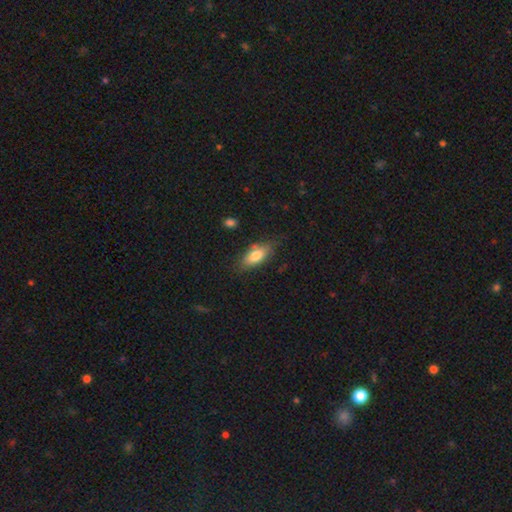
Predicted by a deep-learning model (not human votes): Smooth or featured? Predicted: smooth (p=0.76). How rounded? Predicted: in between (p=0.81). Merging? Predicted: none (p=0.72).